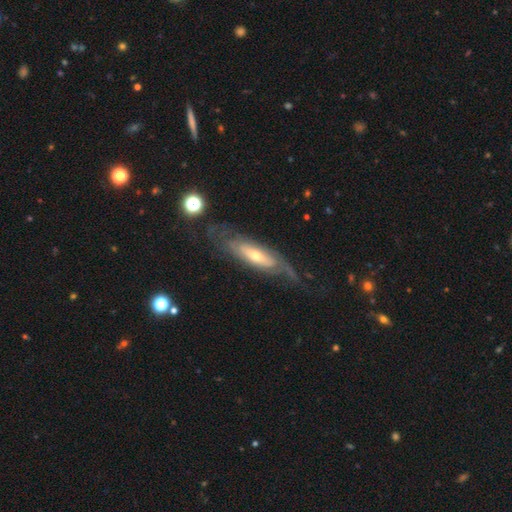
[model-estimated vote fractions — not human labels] A featured or disk galaxy (76%) with no bar (55%), spiral arms (82%) and a moderate central bulge (48%).

Vote fractions:
- Smooth or featured? featured or disk: 76% / smooth: 18% / star or artifact: 6%
- Edge-on disk? no: 73% / yes: 27%
- Bar? no: 55% / weak: 30% / strong: 15%
- Spiral arms? yes: 82% / no: 18%
- Bulge size? moderate: 48% / small: 45% / large: 4% / none: 1% / dominant: 1%
- Merging? none: 62% / minor disturbance: 20% / major disturbance: 16% / merger: 2%